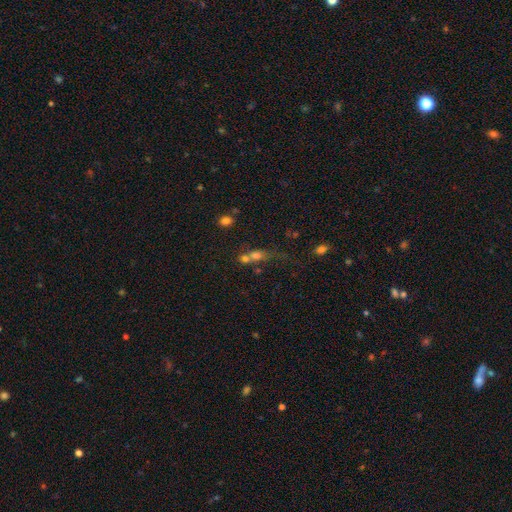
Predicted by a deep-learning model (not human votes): A smooth galaxy with no disk features (65%) that is round (52%).

Vote fractions:
- Smooth or featured? smooth: 65% / featured or disk: 18% / star or artifact: 17%
- How rounded? round: 52% / in between: 39% / cigar-shaped: 8%
- Merging? merger: 55% / none: 27% / minor disturbance: 10% / major disturbance: 9%